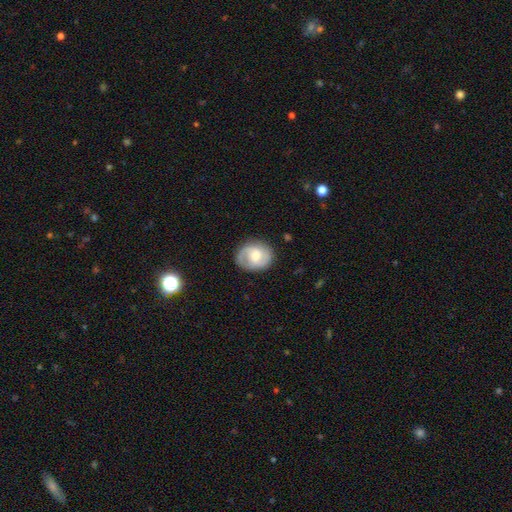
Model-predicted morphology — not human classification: A featured or disk galaxy (69%) with no bar (46%), 2 (81%) medium (47%) spiral arms (91%) and a moderate central bulge (56%). Merging: none (81%).